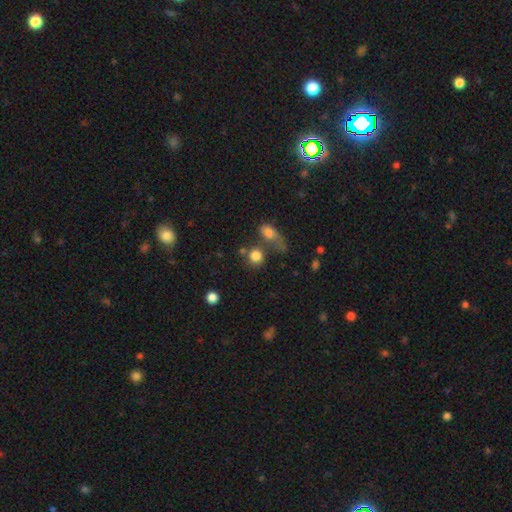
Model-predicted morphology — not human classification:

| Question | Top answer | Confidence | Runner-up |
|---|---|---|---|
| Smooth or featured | smooth | 82% | star or artifact (11%) |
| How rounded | round | 84% | in between (15%) |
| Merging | none | 53% | merger (27%) |